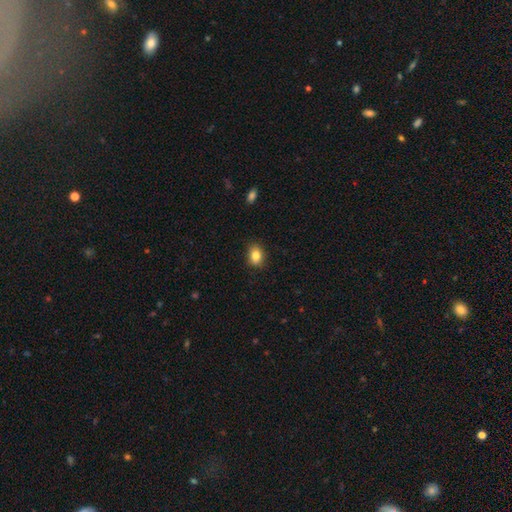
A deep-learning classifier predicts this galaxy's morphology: The model was most divided on "how rounded": in between: 69%, round: 30%, cigar-shaped: 1%. More confident: merging — none (87%); smooth or featured — smooth (84%).